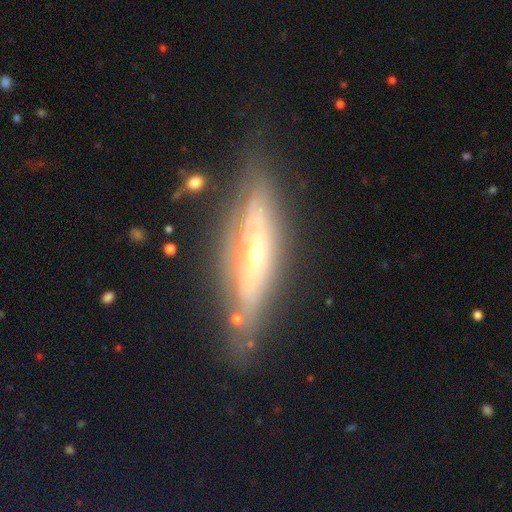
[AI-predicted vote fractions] A featured or disk galaxy (75%) viewed edge-on (58%). Merging: none (71%).